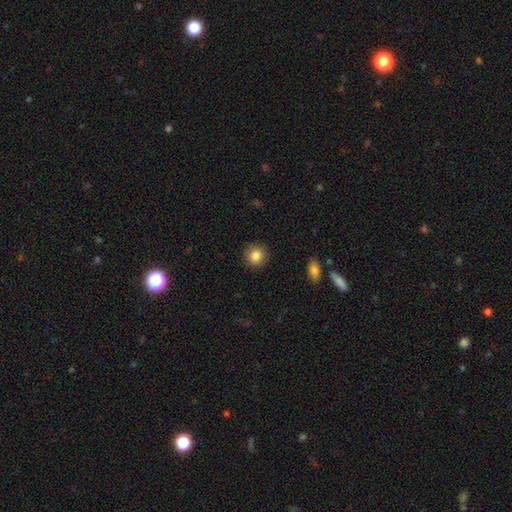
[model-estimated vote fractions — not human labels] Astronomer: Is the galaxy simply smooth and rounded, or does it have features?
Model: smooth — 85%.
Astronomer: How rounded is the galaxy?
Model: round — 92%.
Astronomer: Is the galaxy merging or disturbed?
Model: none — 90%.